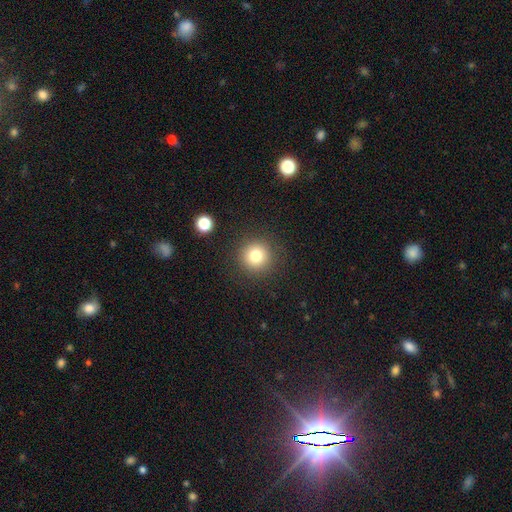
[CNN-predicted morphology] A smooth galaxy with no disk features (79%) that is round (94%).

Vote fractions:
- Smooth or featured? smooth: 79% / star or artifact: 13% / featured or disk: 8%
- How rounded? round: 94% / in between: 5% / cigar-shaped: 1%
- Merging? none: 89% / minor disturbance: 7% / major disturbance: 3% / merger: 2%